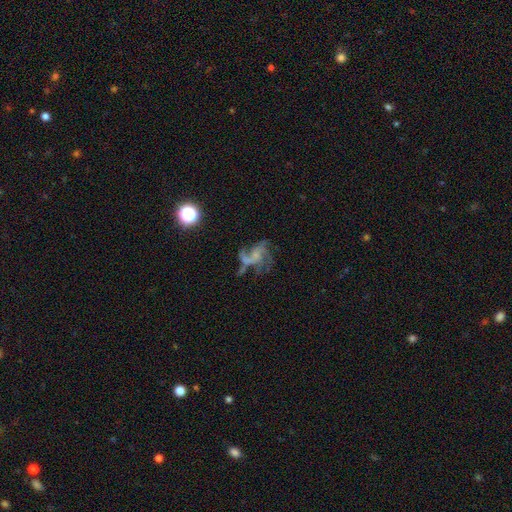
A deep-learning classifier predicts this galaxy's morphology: This is likely a featured or disk galaxy (77%). It is clearly not viewed edge-on (98%). Bar: likely no (70%). Spiral arm pattern: clearly yes (89%). Spiral arm count: marginally 3 (41%). Spiral winding: possibly loose (46%). Central bulge: marginally none (38%, tied with small). Merging: marginally none (40%).